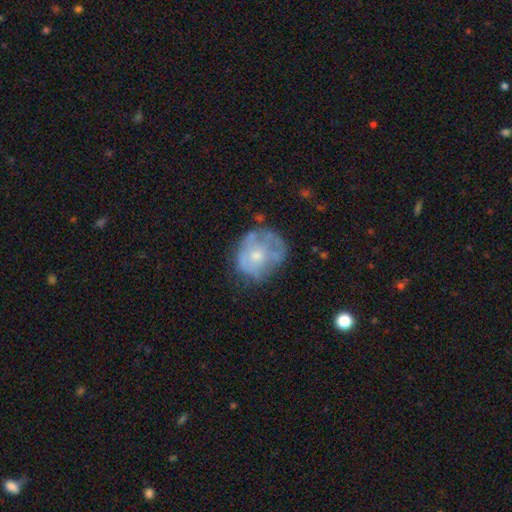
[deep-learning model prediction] This is possibly a featured or disk galaxy (51%). It is clearly not viewed edge-on (97%). Merging: possibly none (46%).